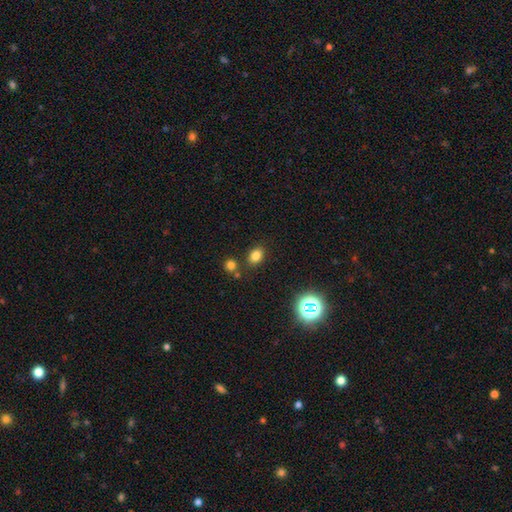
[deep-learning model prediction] Smooth or featured?
  - smooth: 80% *
  - star or artifact: 14%
  - featured or disk: 6%
How rounded?
  - in between: 70% *
  - round: 29%
  - cigar-shaped: 1%
Merging?
  - none: 78% *
  - minor disturbance: 10%
  - merger: 8%
  - major disturbance: 3%